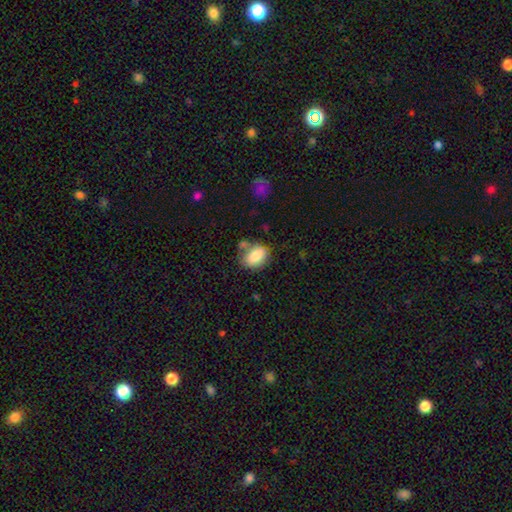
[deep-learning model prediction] smooth-or-featured: smooth: 81% | featured or disk: 11% | star or artifact: 8%
  how-rounded: in between: 75% | round: 23% | cigar-shaped: 1%
  merging: none: 59% | minor disturbance: 20% | merger: 14% | major disturbance: 6%